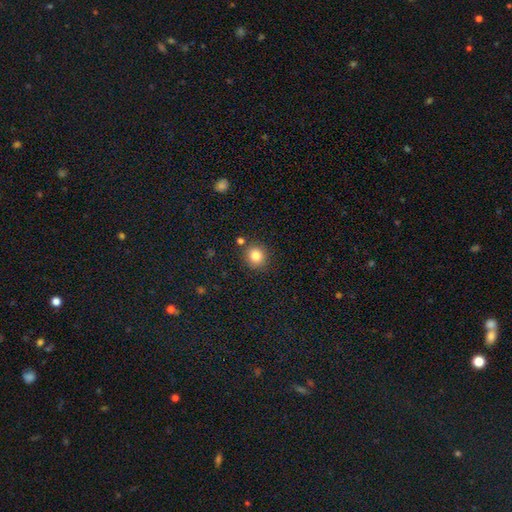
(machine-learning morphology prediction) Smooth or featured: smooth — 83% (star or artifact — 11%)
How rounded: round — 88% (in between — 11%)
Merging: none — 84% (minor disturbance — 8%)